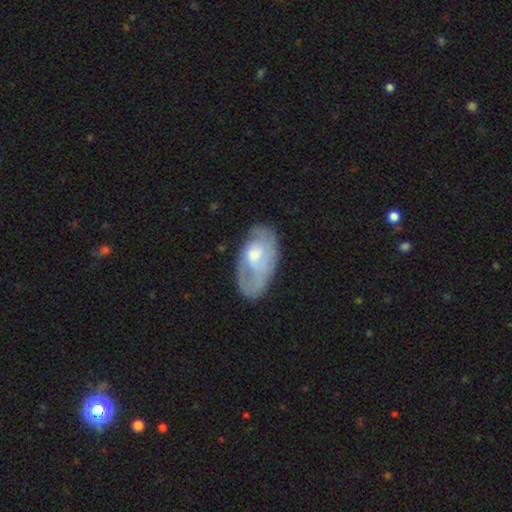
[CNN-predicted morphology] A featured or disk galaxy (53%). Merging: none (52%).